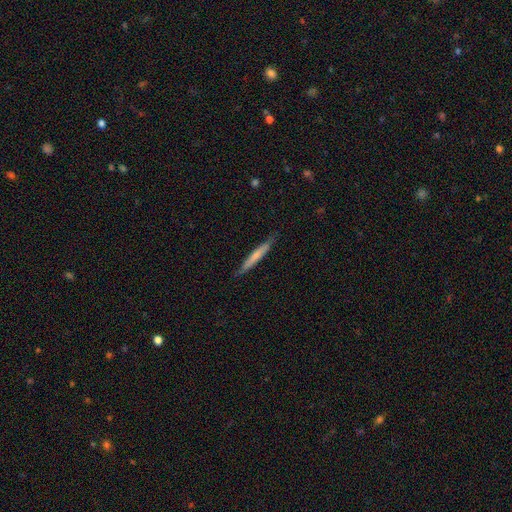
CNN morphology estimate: smooth-or-featured: smooth: 61% | featured or disk: 34% | star or artifact: 5%
  how-rounded: cigar-shaped: 95% | in between: 3% | round: 1%
  merging: none: 83% | minor disturbance: 14% | major disturbance: 2% | merger: 1%